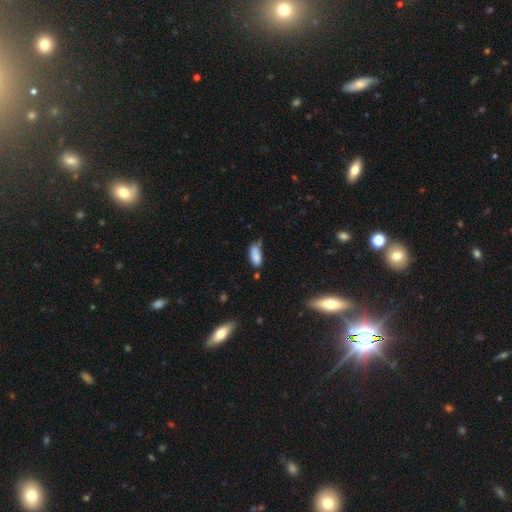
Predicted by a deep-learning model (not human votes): This is clearly a smooth galaxy (83%). How rounded: clearly in between (86%). Merging: marginally none (42%).